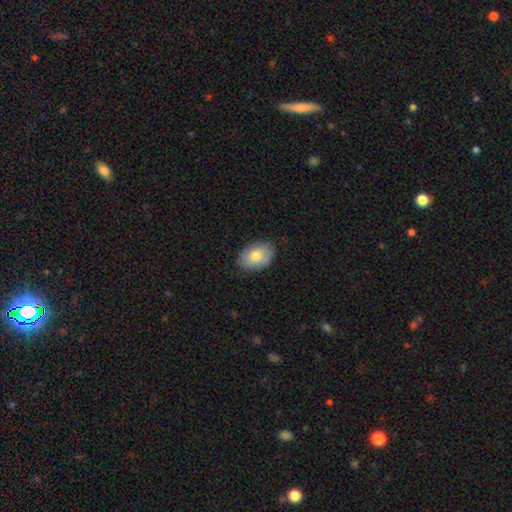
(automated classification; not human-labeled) Morphology: type=smooth (77%); roundness=in between (87%); merging=none (84%).